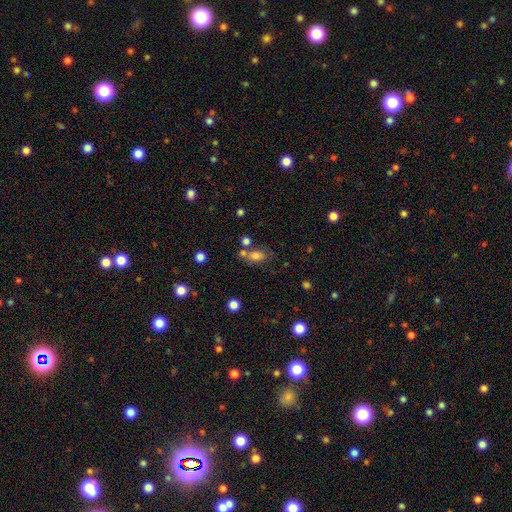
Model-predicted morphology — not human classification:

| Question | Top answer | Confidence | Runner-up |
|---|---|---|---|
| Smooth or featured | smooth | 76% | star or artifact (13%) |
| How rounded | in between | 79% | round (17%) |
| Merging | none | 50% | merger (26%) |